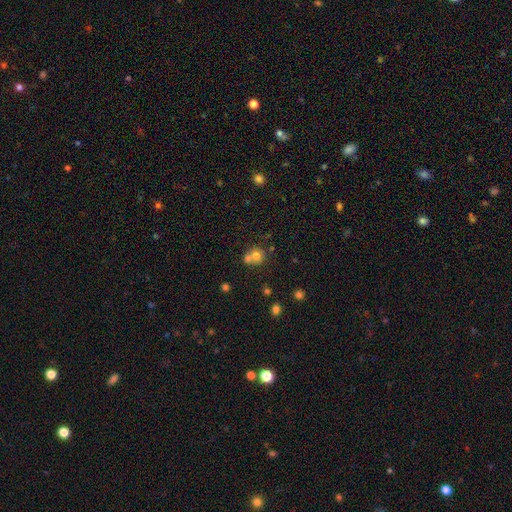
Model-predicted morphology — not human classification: Smooth or featured: smooth — 71% (featured or disk — 16%)
How rounded: round — 82% (in between — 18%)
Merging: merger — 49% (none — 40%)